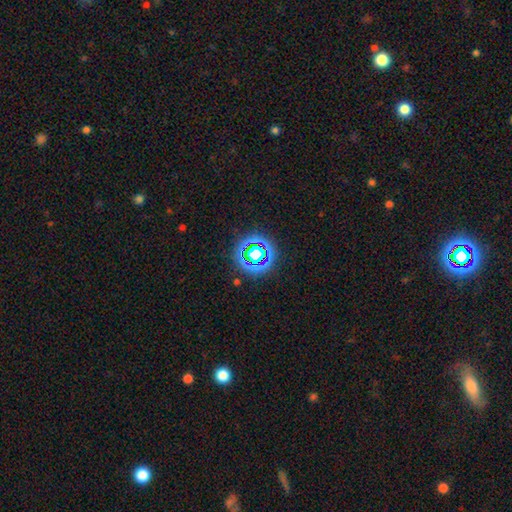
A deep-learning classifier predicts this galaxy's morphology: Q: Smooth or featured?
A: star or artifact (73%); runner-up: smooth (19%)